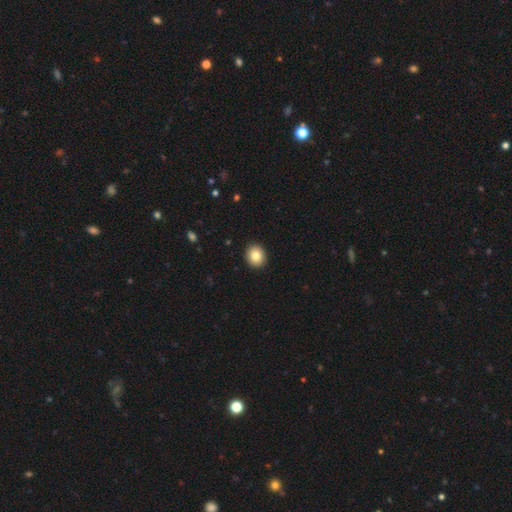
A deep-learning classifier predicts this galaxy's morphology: This appears to be a smooth galaxy with no disk features (84%) that is round (69%). Merging: none (92%).